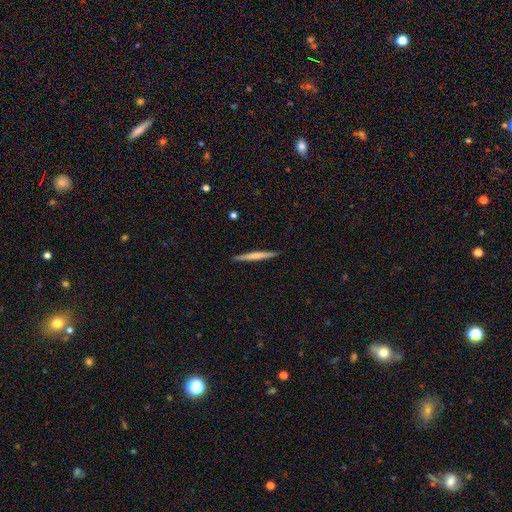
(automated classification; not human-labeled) A smooth galaxy with no disk features (54%) that is cigar-shaped (97%).

Vote fractions:
- Smooth or featured? smooth: 54% / featured or disk: 41% / star or artifact: 5%
- How rounded? cigar-shaped: 97% / in between: 2% / round: 1%
- Merging? none: 92% / minor disturbance: 6% / major disturbance: 1% / merger: 1%